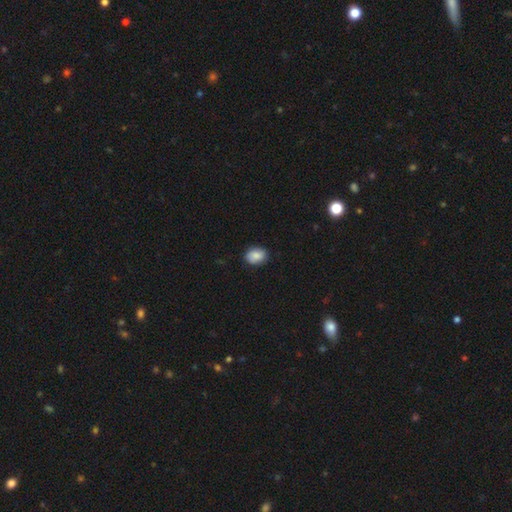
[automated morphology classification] This is clearly a smooth galaxy (84%). How rounded: likely in between (67%). Merging: clearly none (85%).